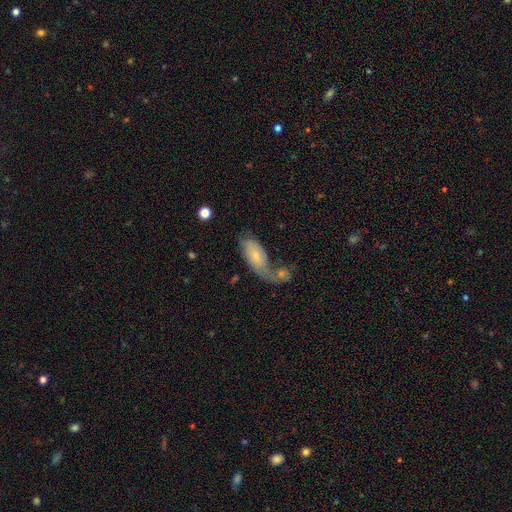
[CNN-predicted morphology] A smooth galaxy with no disk features (58%) that is in between round and cigar-shaped (88%). Merging: merger (42%).